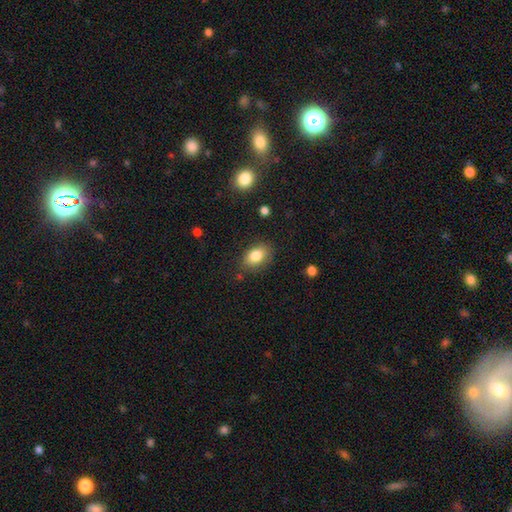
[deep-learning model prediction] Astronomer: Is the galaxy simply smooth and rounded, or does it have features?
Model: smooth — 83%.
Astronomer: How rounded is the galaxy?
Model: in between — 84%.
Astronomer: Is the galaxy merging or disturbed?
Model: none — 80%.